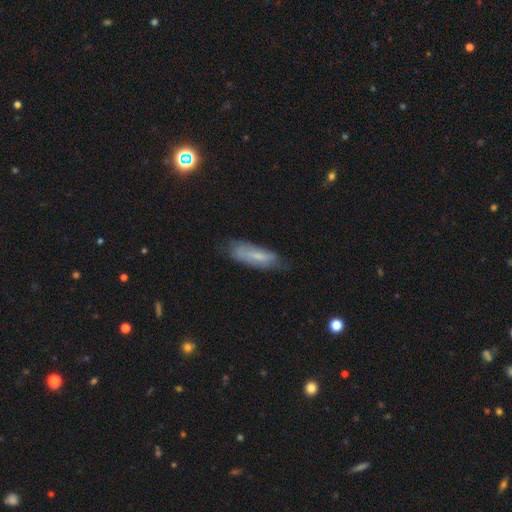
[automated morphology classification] smooth-or-featured: smooth: 57% | featured or disk: 34% | star or artifact: 9%
  how-rounded: in between: 54% | cigar-shaped: 44% | round: 2%
  merging: none: 63% | minor disturbance: 27% | major disturbance: 9% | merger: 2%